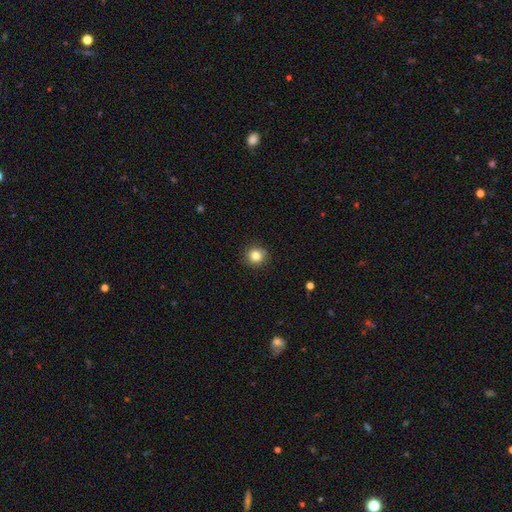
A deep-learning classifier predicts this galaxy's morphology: smooth 84%, star or artifact 11%, featured or disk 5%. Down the decision tree: how rounded — round (93%); merging — none (90%).